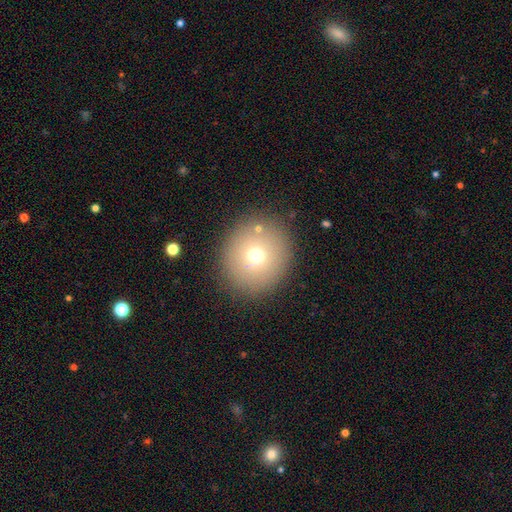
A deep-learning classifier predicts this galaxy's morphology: smooth 69%, featured or disk 15%, star or artifact 15%. Down the decision tree: how rounded — round (84%); merging — none (86%).